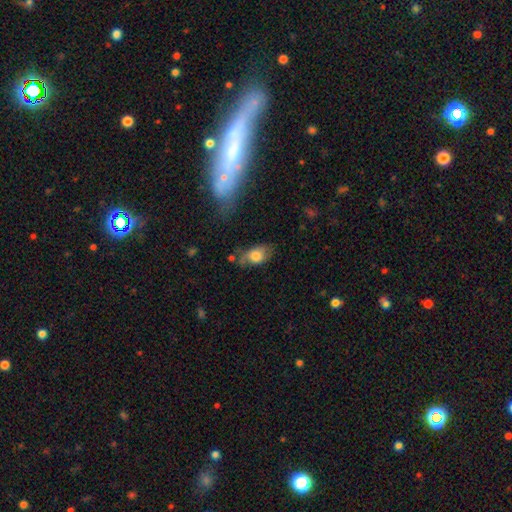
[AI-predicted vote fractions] A smooth galaxy with no disk features (71%) that is in between round and cigar-shaped (87%). Merging: none (47%).